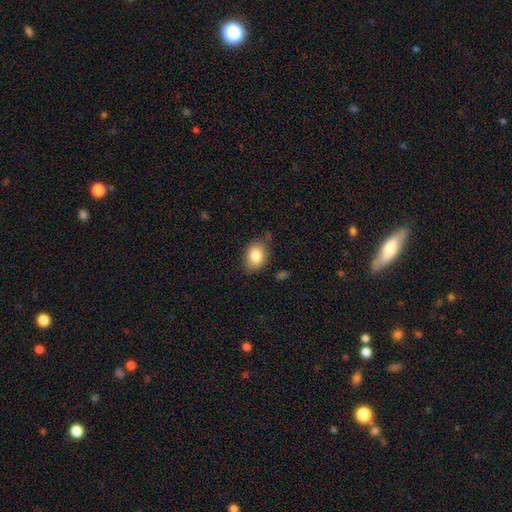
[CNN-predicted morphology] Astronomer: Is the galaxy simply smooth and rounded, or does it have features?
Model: smooth — 84%.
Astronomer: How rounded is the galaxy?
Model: in between — 69%.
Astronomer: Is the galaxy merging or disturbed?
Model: none — 75%.